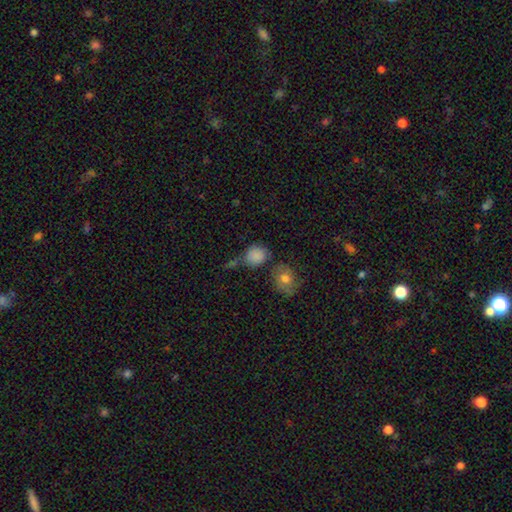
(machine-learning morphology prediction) The model was most divided on "merging": none: 55%, merger: 19%, minor disturbance: 18%, major disturbance: 8%. More confident: smooth or featured — smooth (83%); how rounded — round (73%).